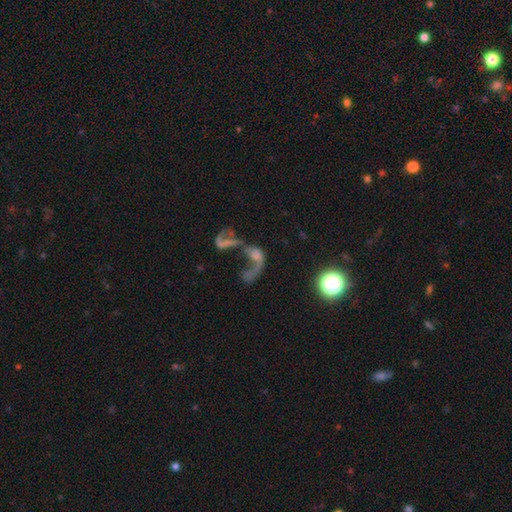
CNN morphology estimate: The model was most divided on "spiral arms": no: 53%, yes: 47%. Remaining: edge-on disk — no (95%); bar — no (74%); smooth or featured — featured or disk (55%); bulge size — none (54%); merging — merger (49%).